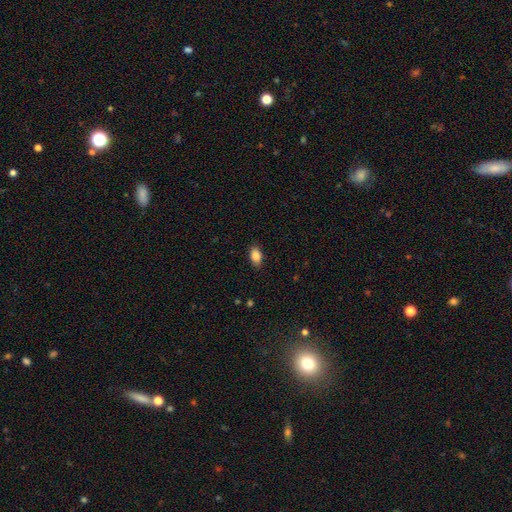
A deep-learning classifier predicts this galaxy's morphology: Q: Smooth or featured?
A: smooth (87%); runner-up: star or artifact (8%)
Q: How rounded?
A: in between (89%); runner-up: round (8%)
Q: Merging?
A: none (86%); runner-up: minor disturbance (11%)